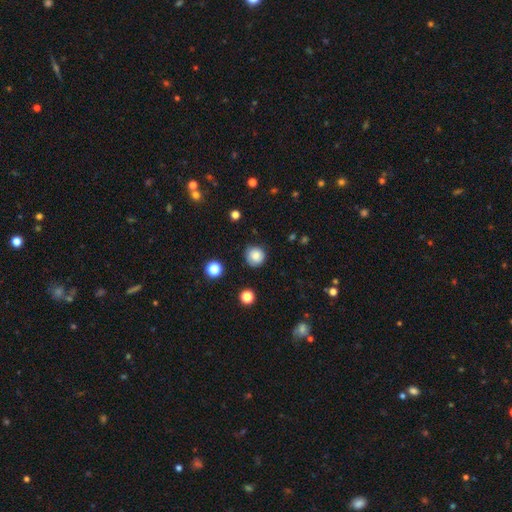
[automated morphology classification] smooth-or-featured: smooth: 82% | star or artifact: 10% | featured or disk: 8%
  how-rounded: round: 93% | in between: 6% | cigar-shaped: 1%
  merging: none: 84% | minor disturbance: 12% | major disturbance: 3% | merger: 2%